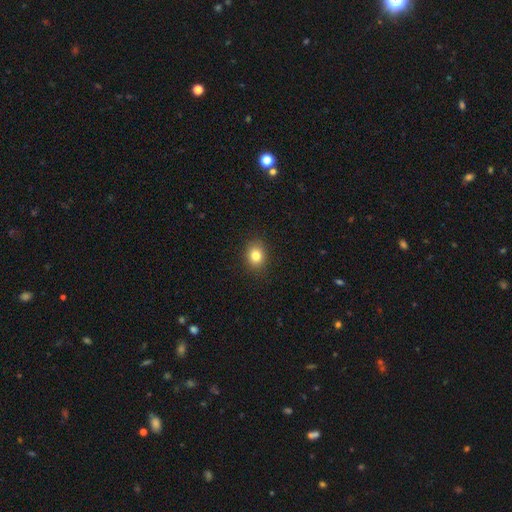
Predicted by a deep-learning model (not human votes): Overall: smooth (81%). How rounded: round (62%; in between 37%). Merging: none (89%).